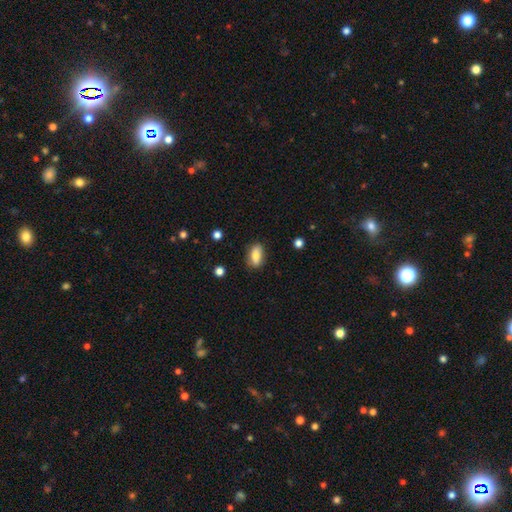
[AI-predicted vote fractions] Overall: smooth (76%). How rounded: in between (81%). Merging: none (81%).